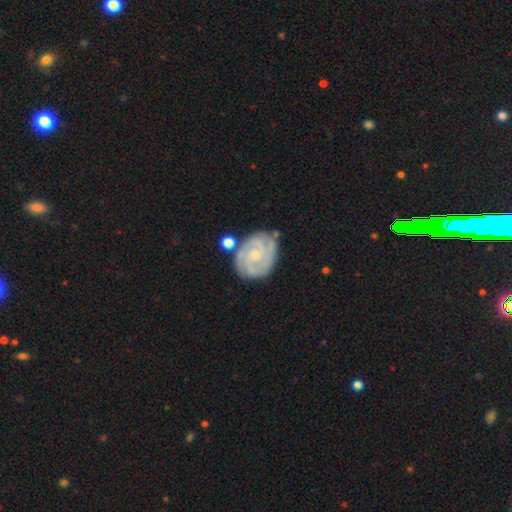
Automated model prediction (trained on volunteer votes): smooth_or_featured: featured or disk (p=0.86) [alt: smooth p=0.08]
disk_edge_on: no (p=0.98) [alt: yes p=0.02]
bar: no (p=0.64) [alt: weak p=0.30]
has_spiral_arms: yes (p=0.97) [alt: no p=0.03]
spiral_winding: tight (p=0.73) [alt: medium p=0.23]
spiral_arm_count: 2 (p=0.42) [alt: 3 p=0.29]
bulge_size: small (p=0.64) [alt: moderate p=0.24]
merging: none (p=0.74) [alt: minor disturbance p=0.16]